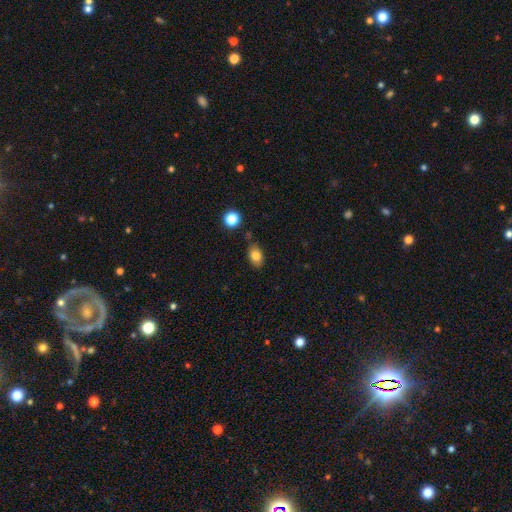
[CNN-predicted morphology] Smooth or featured?
  - smooth: 82% *
  - star or artifact: 9%
  - featured or disk: 8%
How rounded?
  - in between: 81% *
  - round: 17%
  - cigar-shaped: 2%
Merging?
  - none: 79% *
  - minor disturbance: 14%
  - merger: 4%
  - major disturbance: 3%